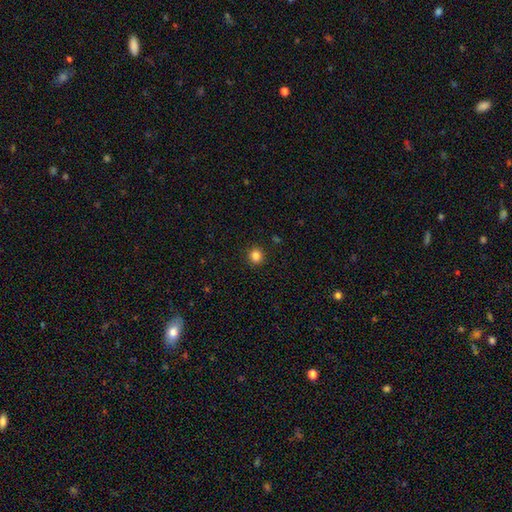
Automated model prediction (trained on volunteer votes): Q: Smooth or featured?
A: smooth (84%); runner-up: star or artifact (12%)
Q: How rounded?
A: round (90%); runner-up: in between (10%)
Q: Merging?
A: none (91%); runner-up: minor disturbance (6%)